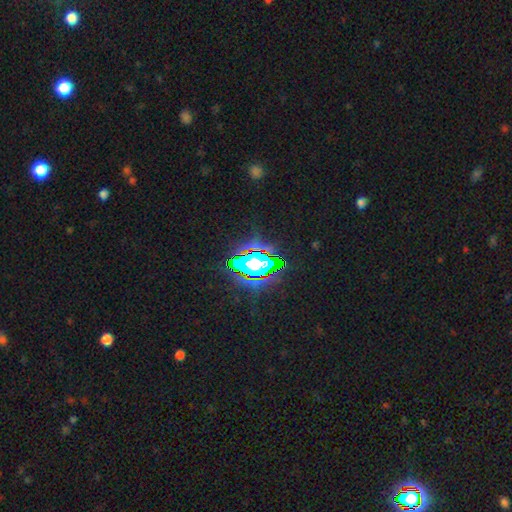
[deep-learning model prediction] The model was most divided on "smooth or featured": star or artifact: 83%, smooth: 11%, featured or disk: 7%.